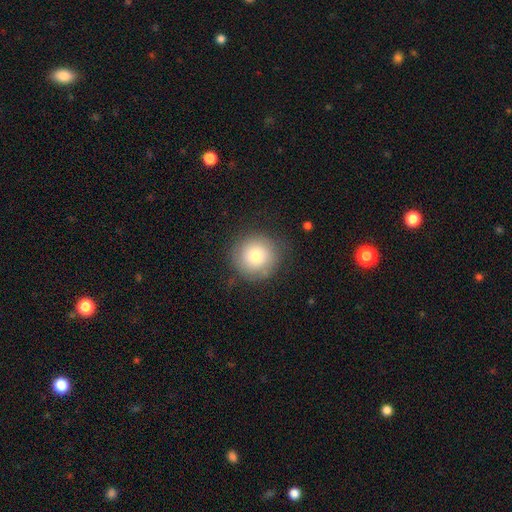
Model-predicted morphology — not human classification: smooth 74%, featured or disk 17%, star or artifact 9%. Down the decision tree: how rounded — round (94%); merging — none (82%).